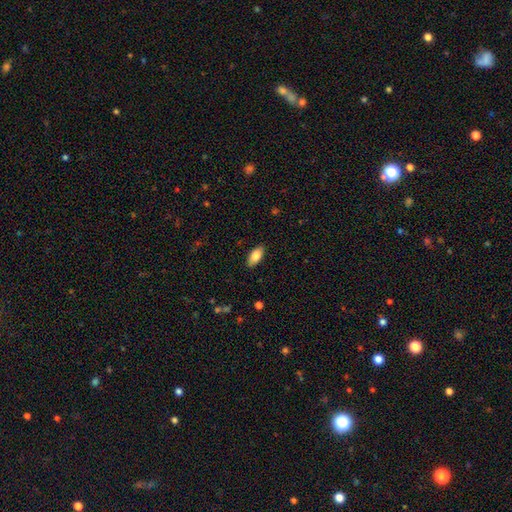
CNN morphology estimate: type=smooth (84%); roundness=in between (90%); merging=none (88%).